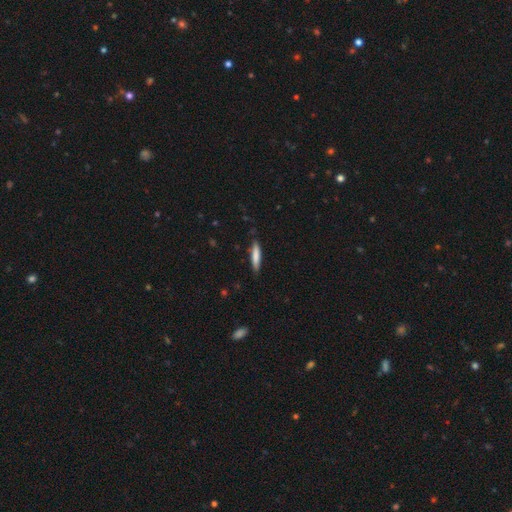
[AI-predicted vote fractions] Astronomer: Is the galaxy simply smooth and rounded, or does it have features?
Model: smooth — 78%.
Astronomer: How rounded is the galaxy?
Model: cigar-shaped — 87%.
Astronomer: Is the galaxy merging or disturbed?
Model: none — 84%.